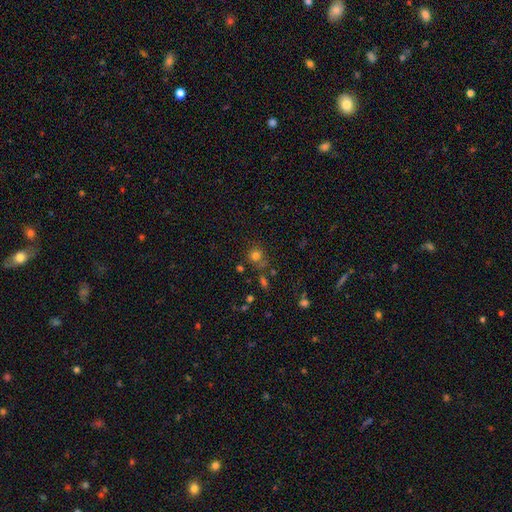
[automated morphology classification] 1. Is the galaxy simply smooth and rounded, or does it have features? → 75% smooth, 17% star or artifact, 8% featured or disk.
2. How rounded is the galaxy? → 87% round, 12% in between, 1% cigar-shaped.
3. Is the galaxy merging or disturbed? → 70% none, 14% minor disturbance, 10% merger, 6% major disturbance.